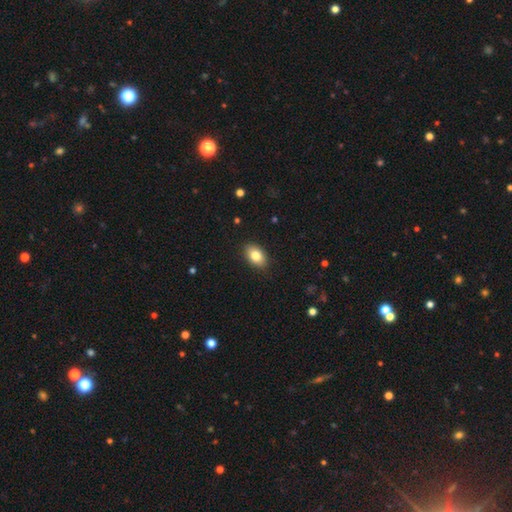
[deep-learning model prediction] Overall: smooth (82%). How rounded: in between (88%). Merging: none (87%).